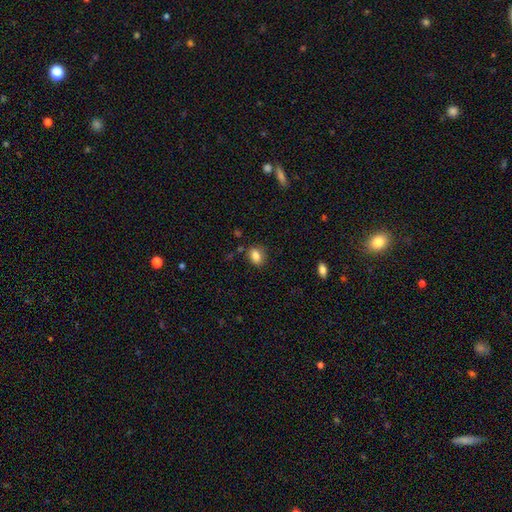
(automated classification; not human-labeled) Morphology: type=smooth (84%); roundness=in between (70%); merging=none (78%).